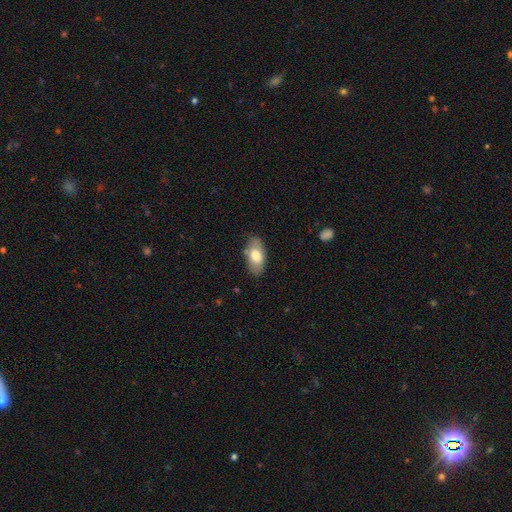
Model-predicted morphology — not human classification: A smooth galaxy with no disk features (72%) that is in between round and cigar-shaped (92%). Merging: none (79%).